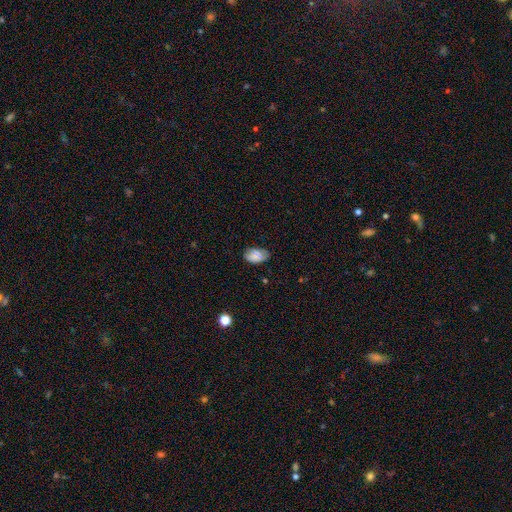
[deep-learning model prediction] Morphology: type=smooth (79%); roundness=in between (90%); merging=none (64%).